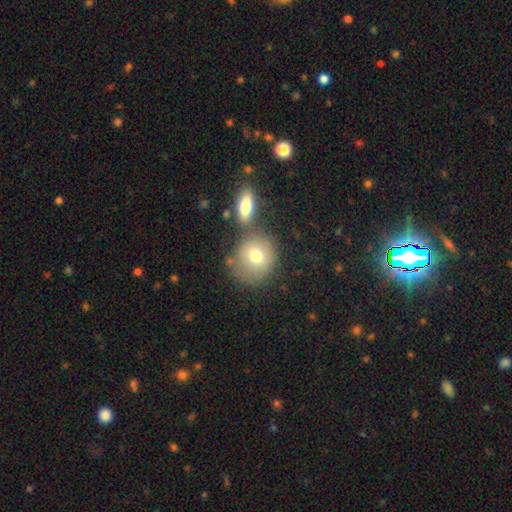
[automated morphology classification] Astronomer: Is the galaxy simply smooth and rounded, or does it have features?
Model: smooth — 74%.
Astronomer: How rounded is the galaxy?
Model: round — 79%.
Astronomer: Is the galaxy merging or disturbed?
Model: none — 56%.